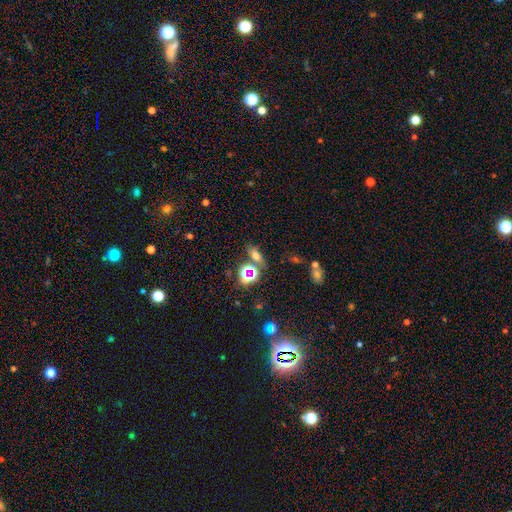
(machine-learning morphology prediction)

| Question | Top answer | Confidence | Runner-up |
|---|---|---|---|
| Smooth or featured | smooth | 51% | star or artifact (34%) |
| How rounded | in between | 64% | round (21%) |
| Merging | none | 68% | merger (13%) |